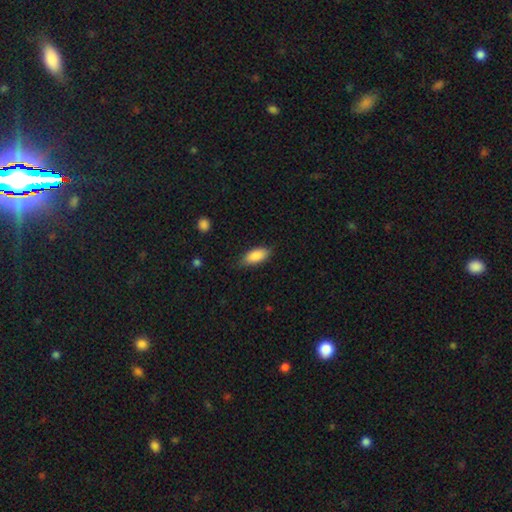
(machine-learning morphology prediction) smooth 86%, featured or disk 7%, star or artifact 6%. Down the decision tree: how rounded — in between (88%); merging — none (75%).